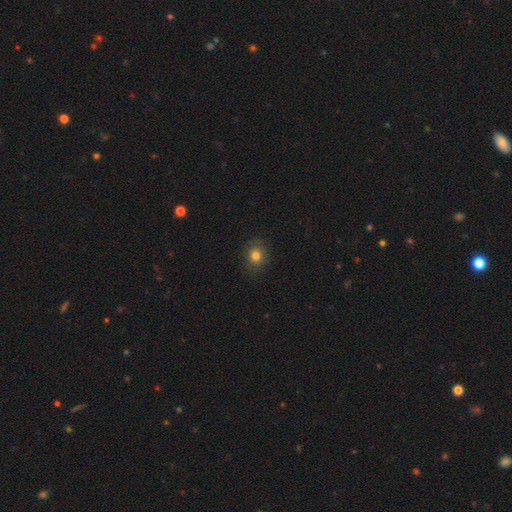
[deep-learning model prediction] Overall: smooth (81%). How rounded: round (73%). Merging: none (85%).